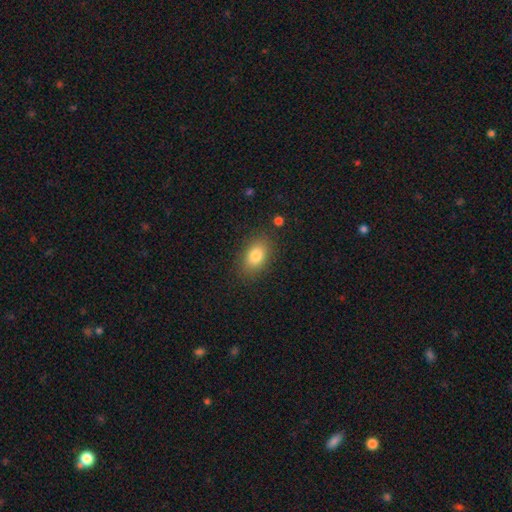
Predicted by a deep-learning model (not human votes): Smooth or featured? smooth (82%)
How rounded? in between (84%)
Merging? none (84%)